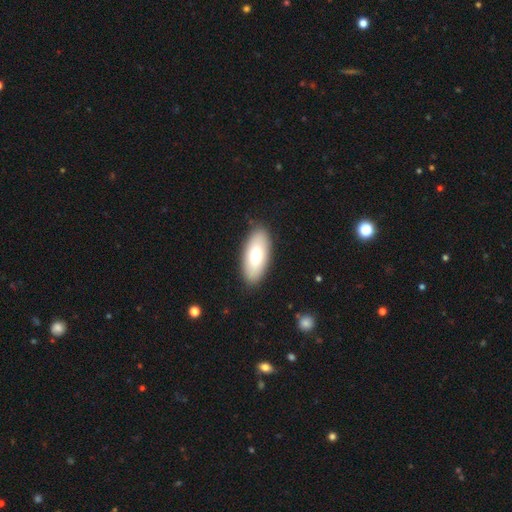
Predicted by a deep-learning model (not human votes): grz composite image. It shows a smooth galaxy with no disk features (75%) that is in between round and cigar-shaped (89%). Merging: none (88%).